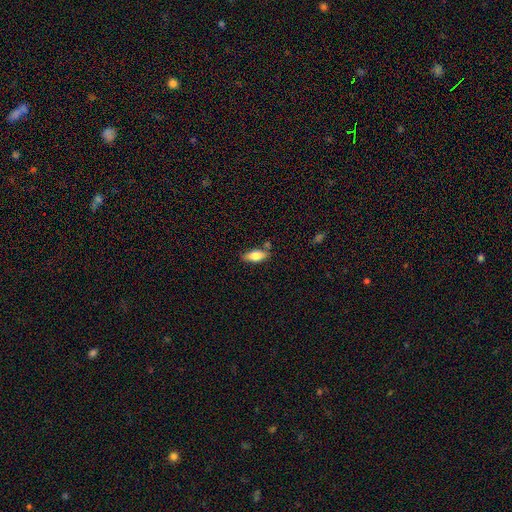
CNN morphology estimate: smooth-or-featured: smooth: 81% | featured or disk: 12% | star or artifact: 7%
  how-rounded: in between: 84% | cigar-shaped: 14% | round: 3%
  merging: none: 73% | minor disturbance: 17% | merger: 7% | major disturbance: 4%